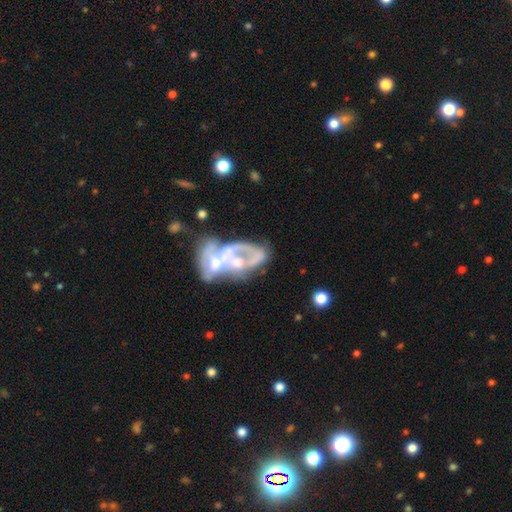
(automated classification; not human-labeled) Smooth or featured? Predicted: featured or disk (p=0.68). Edge-on disk? Predicted: no (p=0.97). Bar? Predicted: no (p=0.84). Spiral arms? Predicted: no (p=0.79). Bulge size? Predicted: none (p=0.38). Merging? Predicted: merger (p=0.57).